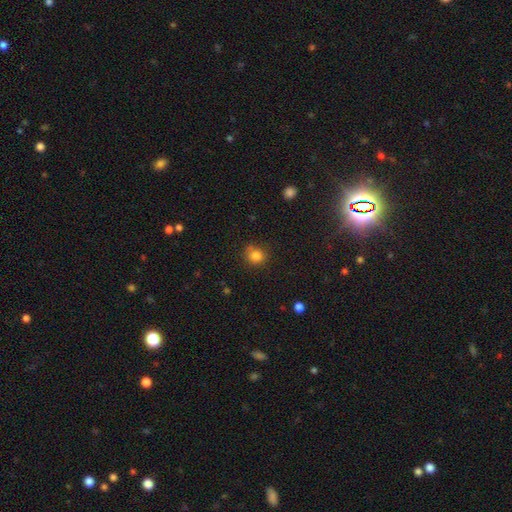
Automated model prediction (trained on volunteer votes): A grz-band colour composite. It shows a smooth galaxy with no disk features (82%) that is round (84%). Merging: none (74%).